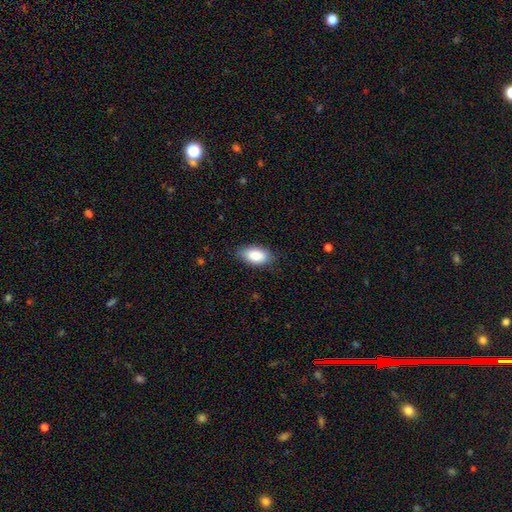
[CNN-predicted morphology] Q: Smooth or featured?
A: smooth (87%); runner-up: star or artifact (7%)
Q: How rounded?
A: in between (93%); runner-up: round (4%)
Q: Merging?
A: none (82%); runner-up: minor disturbance (14%)